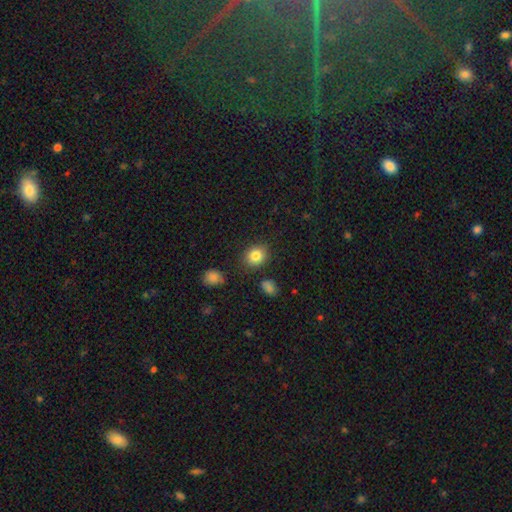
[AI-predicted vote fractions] Smooth or featured? Predicted: smooth (p=0.83). How rounded? Predicted: round (p=0.65). Merging? Predicted: none (p=0.84).